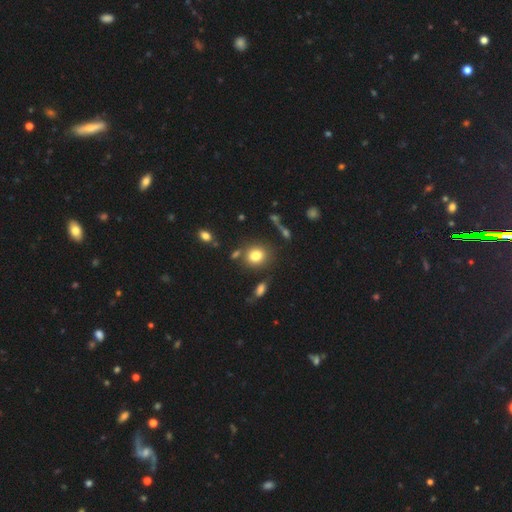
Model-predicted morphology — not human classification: type=smooth (81%); roundness=round (68%); merging=none (77%).